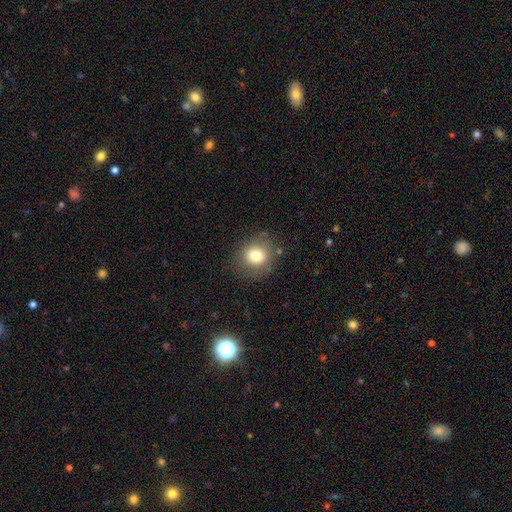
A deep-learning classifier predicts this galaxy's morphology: type=smooth (77%); roundness=round (82%); merging=none (80%).